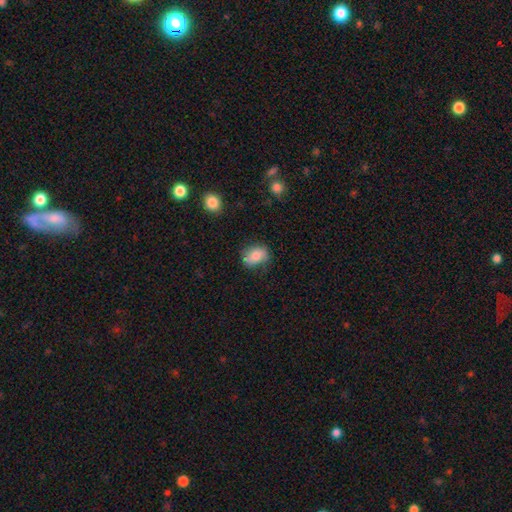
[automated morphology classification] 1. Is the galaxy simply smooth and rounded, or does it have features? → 74% smooth, 17% featured or disk, 8% star or artifact.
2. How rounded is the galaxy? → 66% in between, 33% round, 1% cigar-shaped.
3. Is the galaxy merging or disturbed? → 69% none, 24% minor disturbance, 6% major disturbance, 2% merger.